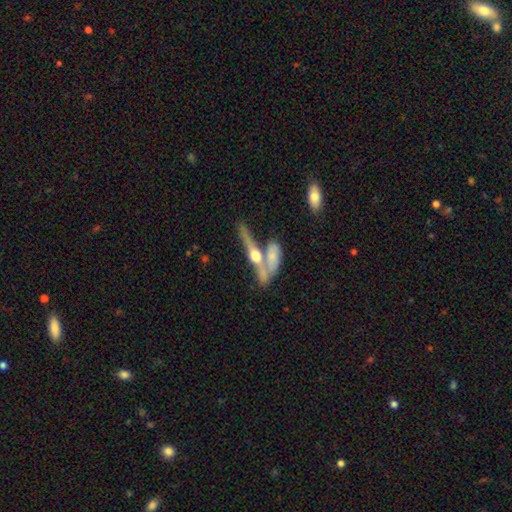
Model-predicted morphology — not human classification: smooth-or-featured: featured or disk: 68% | smooth: 25% | star or artifact: 7%
  disk-edge-on: yes: 89% | no: 11%
    edge-on-bulge: rounded: 92% | none: 4% | boxy: 4%
  merging: none: 43% | merger: 39% | minor disturbance: 11% | major disturbance: 6%